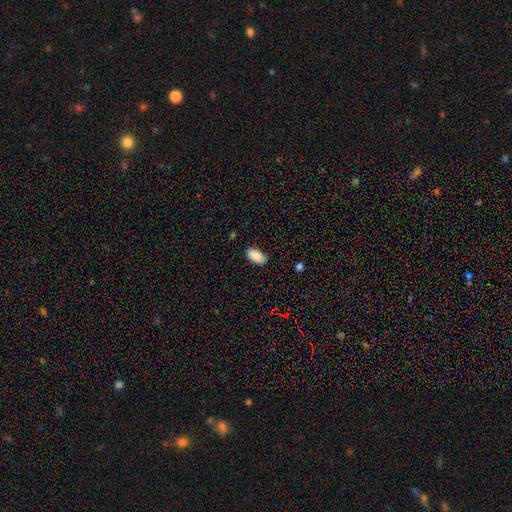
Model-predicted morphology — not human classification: Smooth or featured: smooth — 89% (star or artifact — 7%)
How rounded: in between — 95% (cigar-shaped — 3%)
Merging: none — 86% (minor disturbance — 10%)